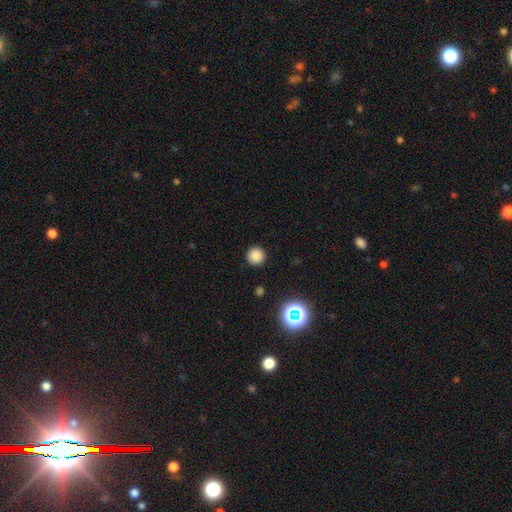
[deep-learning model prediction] Smooth or featured? smooth (83%)
How rounded? round (95%)
Merging? none (91%)